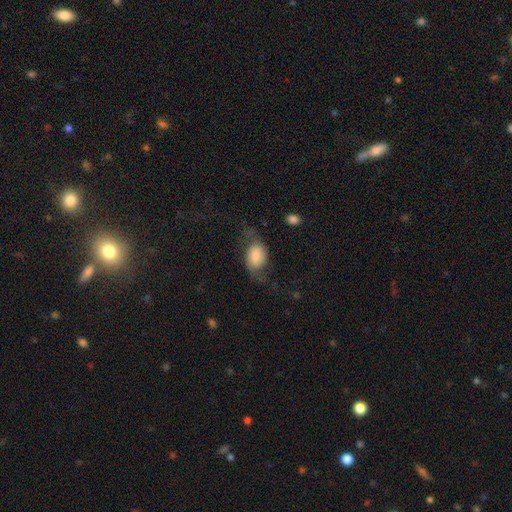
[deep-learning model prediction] smooth-or-featured: smooth: 50% | featured or disk: 41% | star or artifact: 9%
  merging: none: 50% | major disturbance: 24% | minor disturbance: 23% | merger: 2%